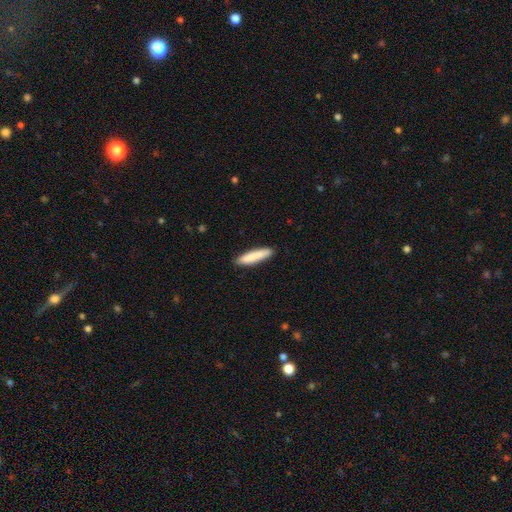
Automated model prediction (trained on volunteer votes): Morphology: type=smooth (85%); roundness=cigar-shaped (83%); merging=none (88%).